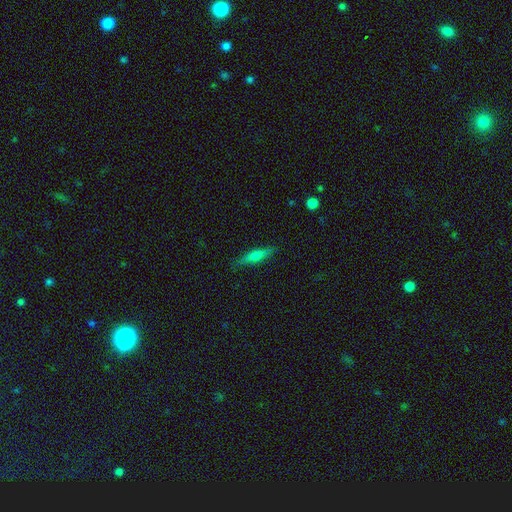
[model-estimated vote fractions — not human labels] smooth_or_featured: smooth (p=0.49) [alt: featured or disk p=0.44]
merging: none (p=0.87) [alt: minor disturbance p=0.10]